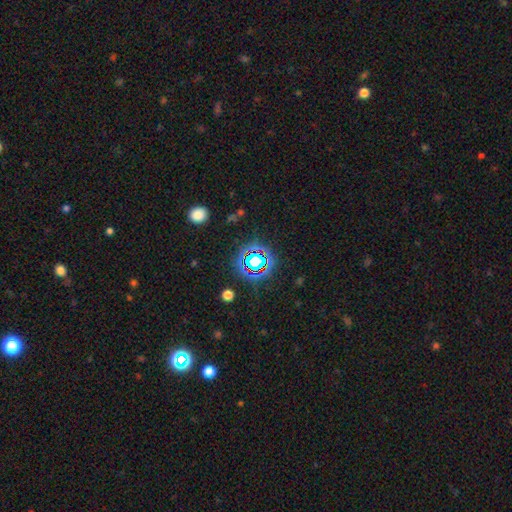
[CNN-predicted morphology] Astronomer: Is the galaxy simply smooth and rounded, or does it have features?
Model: star or artifact — 72%.